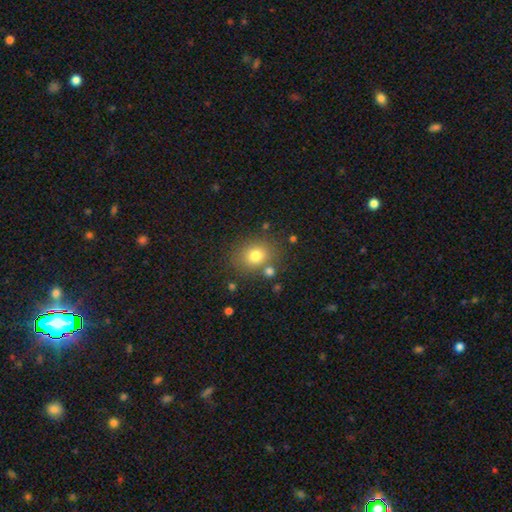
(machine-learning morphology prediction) smooth_or_featured: smooth (p=0.77) [alt: star or artifact p=0.13]
how_rounded: round (p=0.65) [alt: in between p=0.34]
merging: none (p=0.75) [alt: minor disturbance p=0.12]